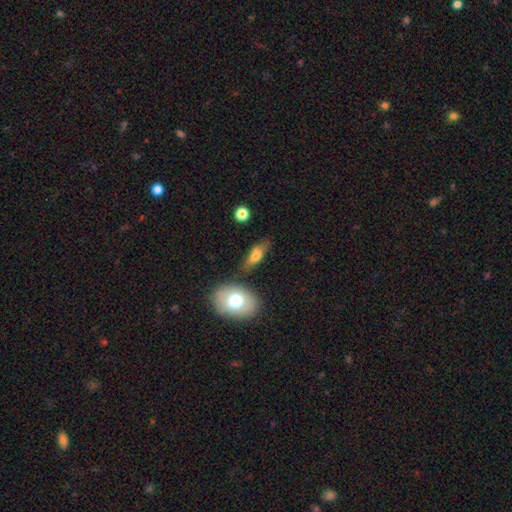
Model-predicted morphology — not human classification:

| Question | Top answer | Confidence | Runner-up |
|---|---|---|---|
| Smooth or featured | smooth | 62% | featured or disk (29%) |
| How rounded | in between | 71% | cigar-shaped (21%) |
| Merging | none | 64% | minor disturbance (20%) |